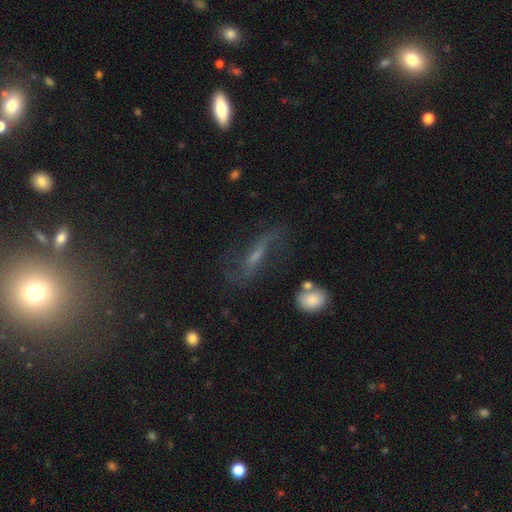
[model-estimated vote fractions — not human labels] Morphology: type=featured or disk (62%); edge-on=no (74%); merging=none (59%).